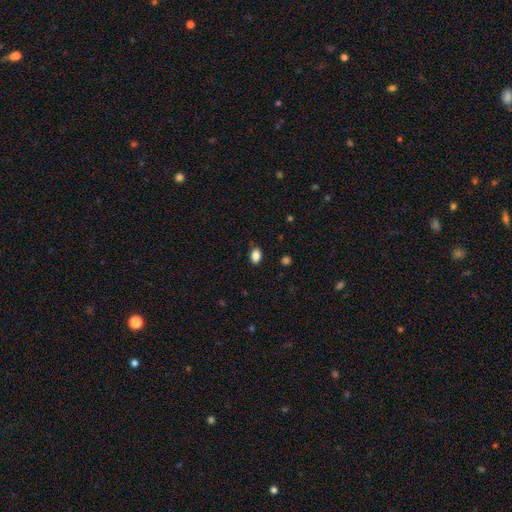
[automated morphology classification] smooth 86%, star or artifact 9%, featured or disk 5%. Down the decision tree: how rounded — in between (85%); merging — none (82%).